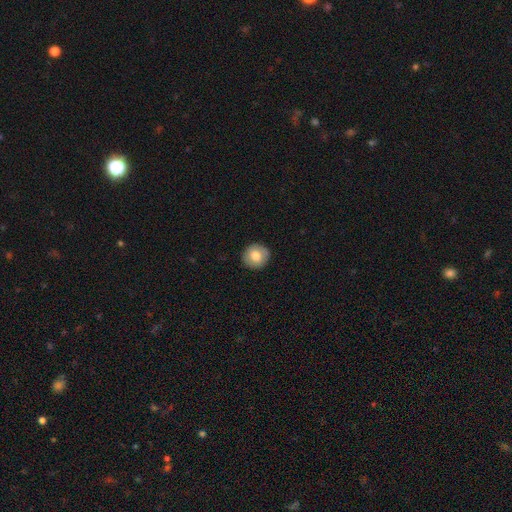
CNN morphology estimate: This appears to be a smooth galaxy with no disk features (75%) that is round (89%). Merging: none (89%).